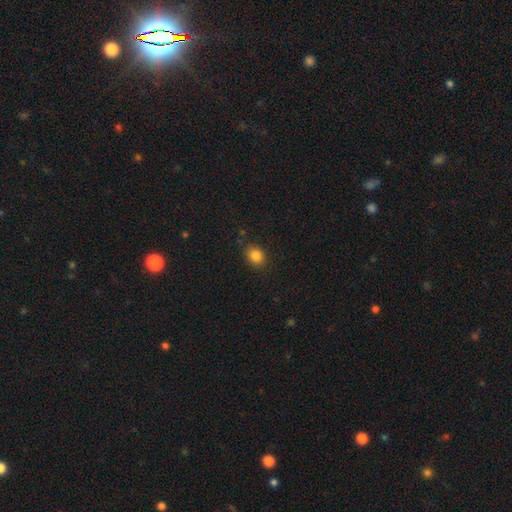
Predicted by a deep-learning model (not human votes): Q: Smooth or featured?
A: smooth (84%); runner-up: star or artifact (11%)
Q: How rounded?
A: round (65%); runner-up: in between (35%)
Q: Merging?
A: none (86%); runner-up: minor disturbance (10%)